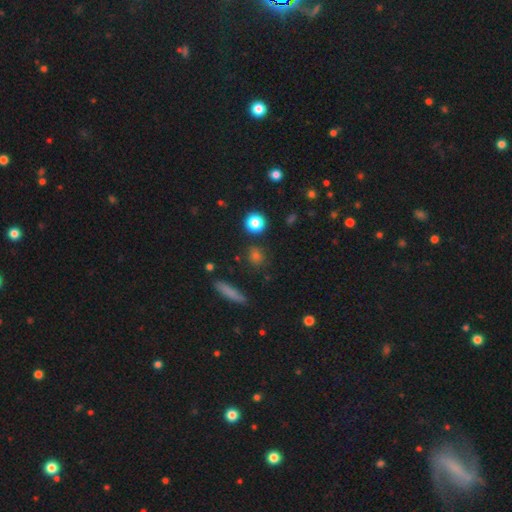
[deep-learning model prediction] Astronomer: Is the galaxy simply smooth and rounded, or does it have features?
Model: smooth — 72%.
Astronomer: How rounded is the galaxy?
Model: round — 72%.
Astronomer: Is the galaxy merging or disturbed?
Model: none — 84%.